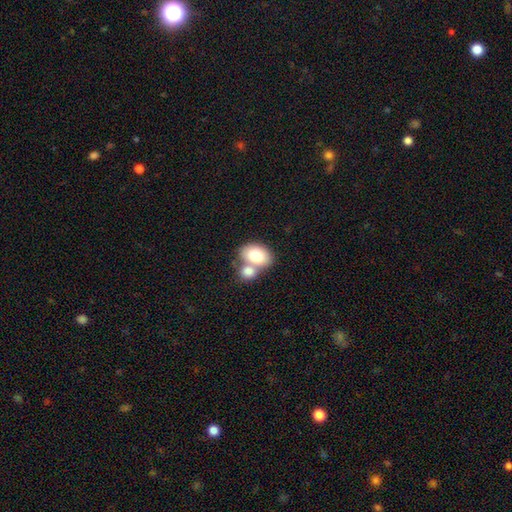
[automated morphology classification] smooth_or_featured: smooth (p=0.77) [alt: featured or disk p=0.16]
how_rounded: in between (p=0.79) [alt: round p=0.20]
merging: merger (p=0.51) [alt: none p=0.35]